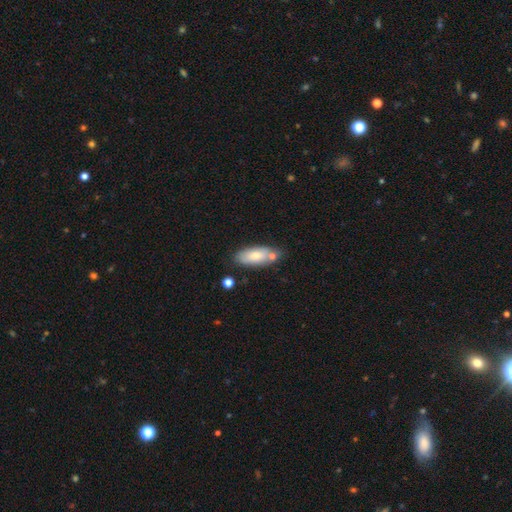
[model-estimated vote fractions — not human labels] A smooth galaxy with no disk features (74%) that is in between round and cigar-shaped (80%). Merging: none (67%).